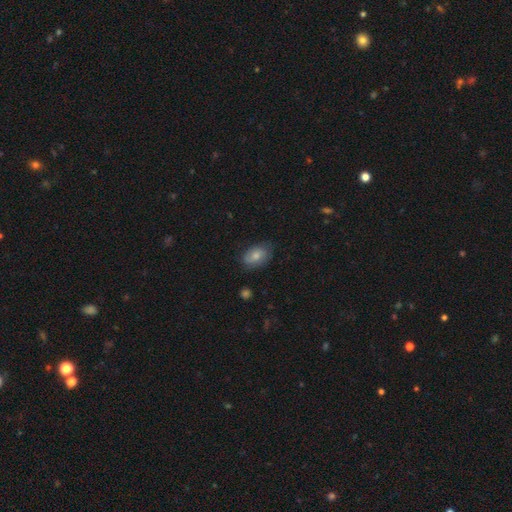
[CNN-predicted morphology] A smooth galaxy with no disk features (72%) that is in between round and cigar-shaped (86%).

Vote fractions:
- Smooth or featured? smooth: 72% / featured or disk: 20% / star or artifact: 7%
- How rounded? in between: 86% / round: 12% / cigar-shaped: 1%
- Merging? none: 73% / minor disturbance: 22% / major disturbance: 5% / merger: 1%